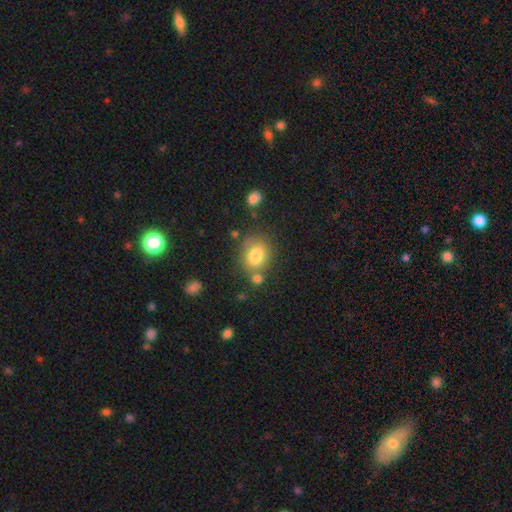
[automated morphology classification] Overall: smooth (81%). How rounded: round (57%; in between 42%). Merging: none (66%).